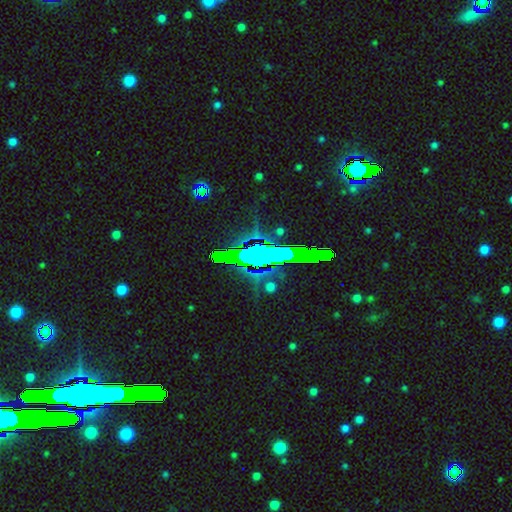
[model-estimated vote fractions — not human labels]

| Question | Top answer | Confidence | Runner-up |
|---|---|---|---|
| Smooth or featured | star or artifact | 71% | smooth (15%) |